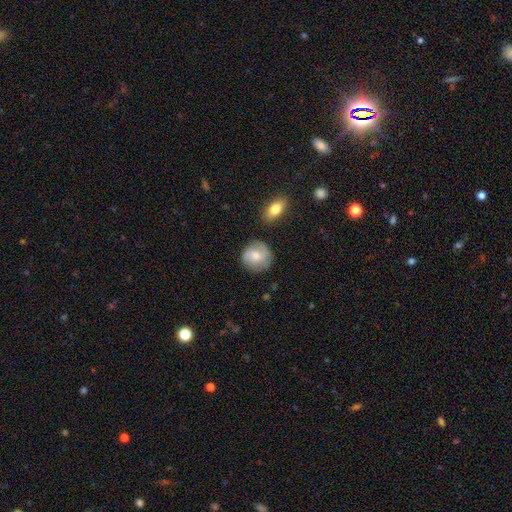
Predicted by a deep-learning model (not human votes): Smooth or featured? smooth (63%)
How rounded? round (88%)
Merging? none (78%)